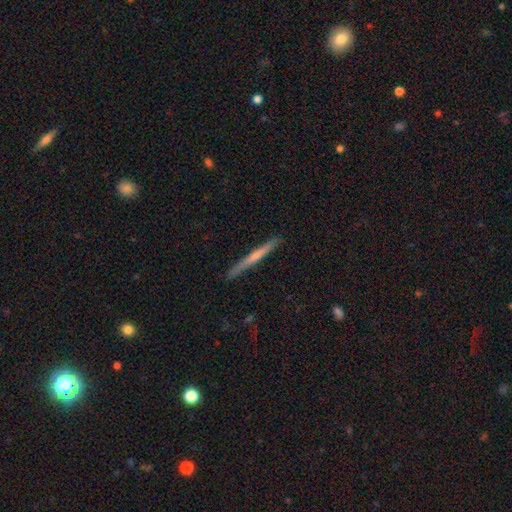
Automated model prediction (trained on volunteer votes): Smooth or featured? Predicted: featured or disk (p=0.51). Edge-on disk? Predicted: yes (p=0.97). Merging? Predicted: none (p=0.90).